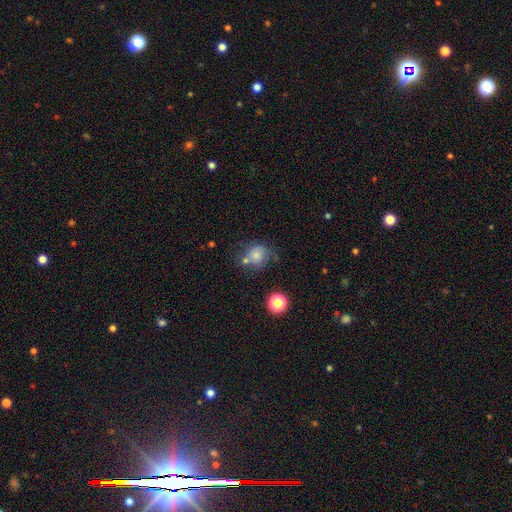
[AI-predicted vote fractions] smooth_or_featured: smooth (p=0.67) [alt: featured or disk p=0.18]
how_rounded: round (p=0.77) [alt: in between p=0.22]
merging: none (p=0.55) [alt: minor disturbance p=0.19]